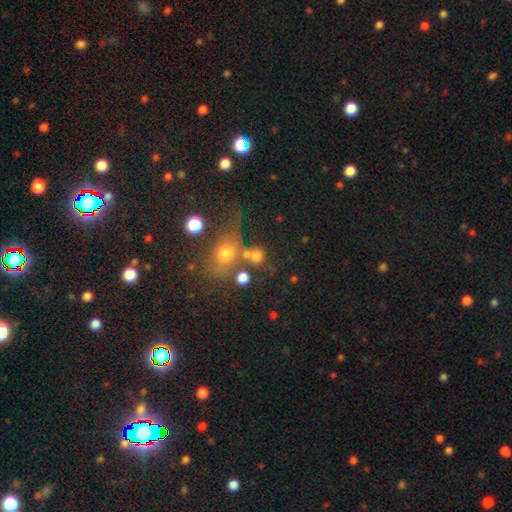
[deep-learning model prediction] smooth_or_featured: smooth (p=0.71) [alt: star or artifact p=0.17]
how_rounded: round (p=0.79) [alt: in between p=0.19]
merging: none (p=0.47) [alt: merger p=0.29]